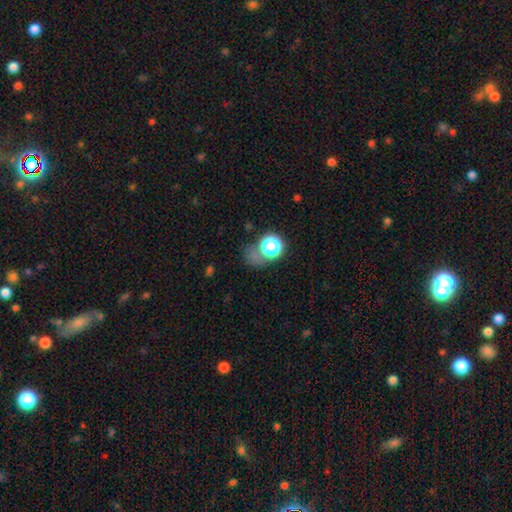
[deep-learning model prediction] Smooth or featured? smooth (54%)
How rounded? round (69%)
Merging? none (55%)